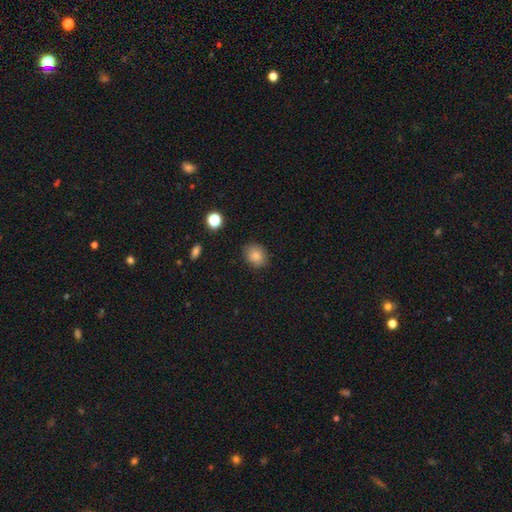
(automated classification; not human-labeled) Smooth or featured: smooth — 84% (star or artifact — 10%)
How rounded: round — 66% (in between — 33%)
Merging: none — 86% (minor disturbance — 10%)